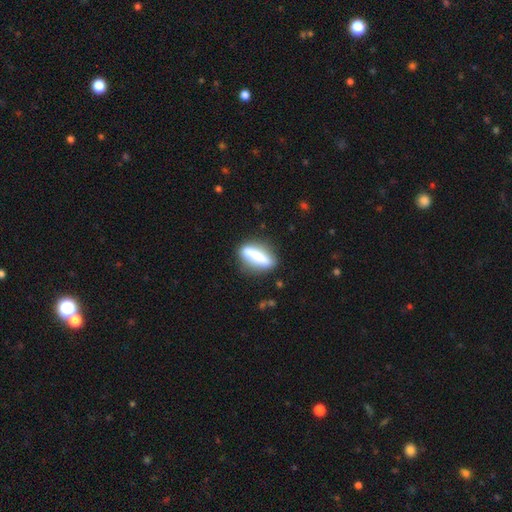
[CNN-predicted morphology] smooth_or_featured: smooth (p=0.65) [alt: featured or disk p=0.28]
how_rounded: cigar-shaped (p=0.68) [alt: in between p=0.29]
merging: none (p=0.80) [alt: minor disturbance p=0.12]